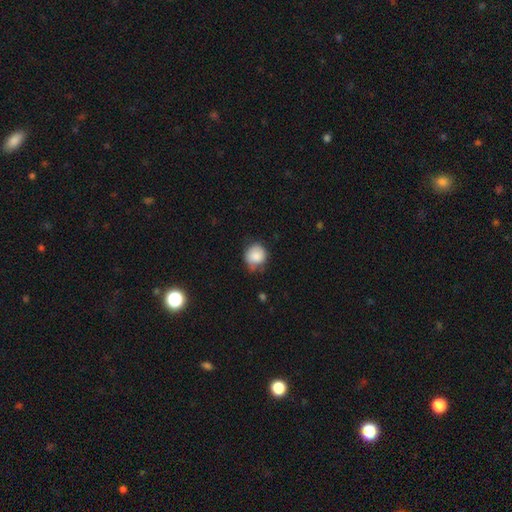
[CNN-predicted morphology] Smooth or featured? smooth (83%)
How rounded? round (85%)
Merging? none (58%)